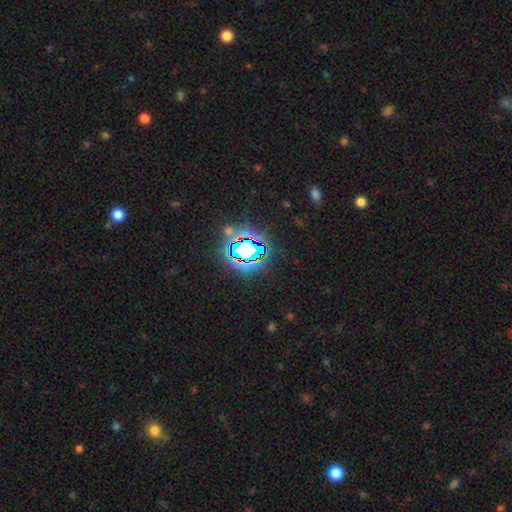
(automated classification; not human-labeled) Smooth or featured: star or artifact — 77% (smooth — 14%)